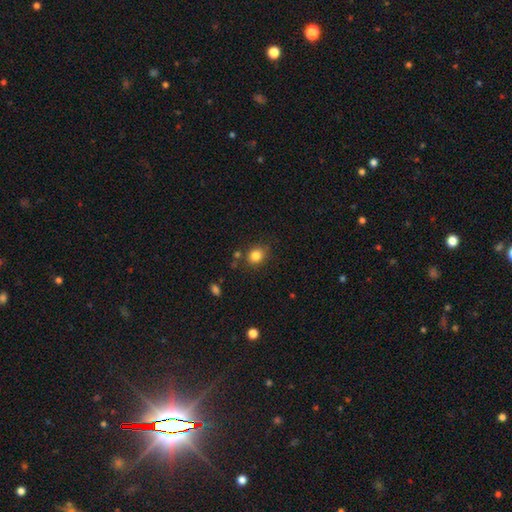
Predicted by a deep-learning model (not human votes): The model was most divided on "how rounded": round: 67%, in between: 32%, cigar-shaped: 1%. More confident: smooth or featured — smooth (83%); merging — none (78%).